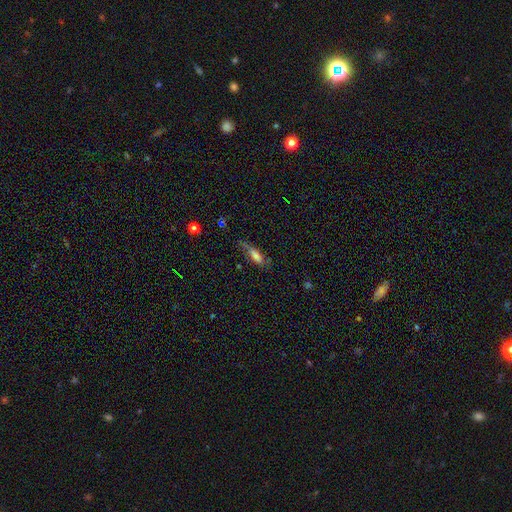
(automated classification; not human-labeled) This appears to be a smooth galaxy with no disk features (62%) that is cigar-shaped (51%). Merging: none (52%).